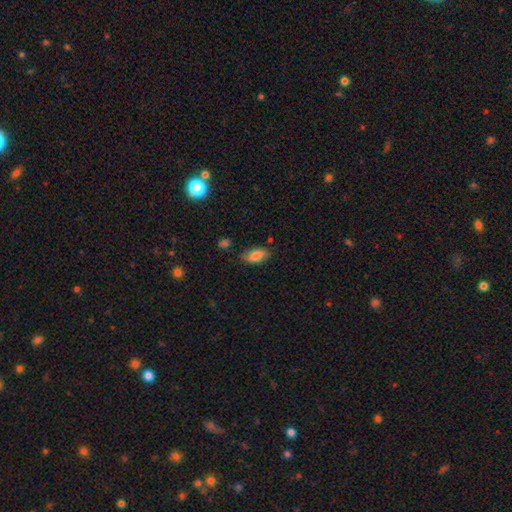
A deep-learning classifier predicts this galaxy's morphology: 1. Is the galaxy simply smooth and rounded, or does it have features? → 81% smooth, 11% featured or disk, 8% star or artifact.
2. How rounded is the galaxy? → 90% in between, 7% cigar-shaped, 3% round.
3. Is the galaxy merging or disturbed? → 78% none, 17% minor disturbance, 3% major disturbance, 2% merger.